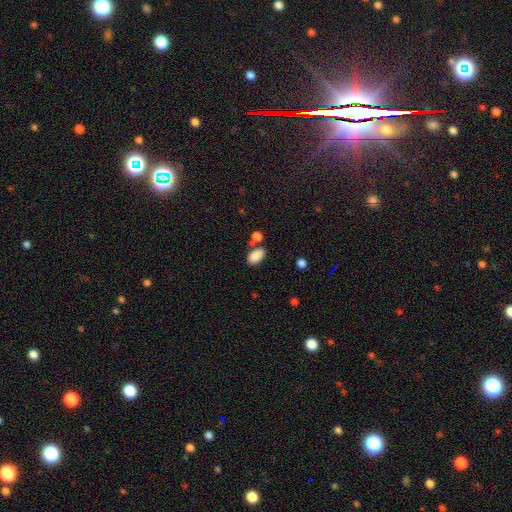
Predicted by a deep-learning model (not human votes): The model was most divided on "merging": none: 65%, merger: 17%, minor disturbance: 13%, major disturbance: 4%. More confident: how rounded — in between (92%); smooth or featured — smooth (87%).